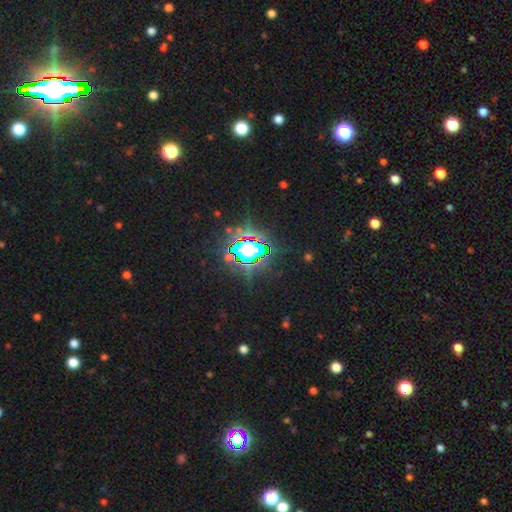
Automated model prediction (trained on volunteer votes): smooth-or-featured: star or artifact: 77% | smooth: 14% | featured or disk: 9%